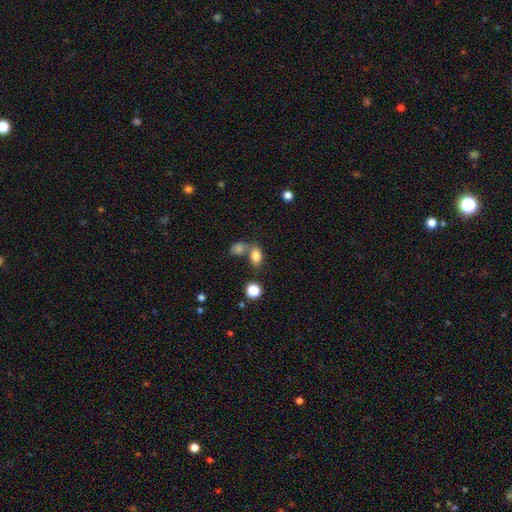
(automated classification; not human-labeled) This is clearly a smooth galaxy (82%). How rounded: clearly in between (84%). Merging: possibly none (46%).